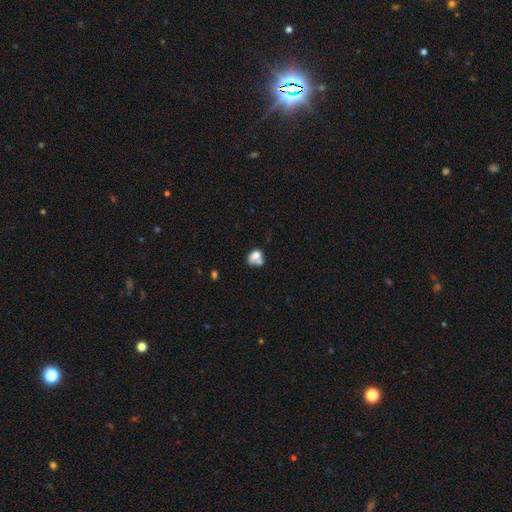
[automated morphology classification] A smooth galaxy with no disk features (70%) that is in between round and cigar-shaped (50%).

Vote fractions:
- Smooth or featured? smooth: 70% / featured or disk: 20% / star or artifact: 10%
- How rounded? in between: 50% / round: 49% / cigar-shaped: 1%
- Merging? merger: 46% / none: 27% / minor disturbance: 15% / major disturbance: 11%